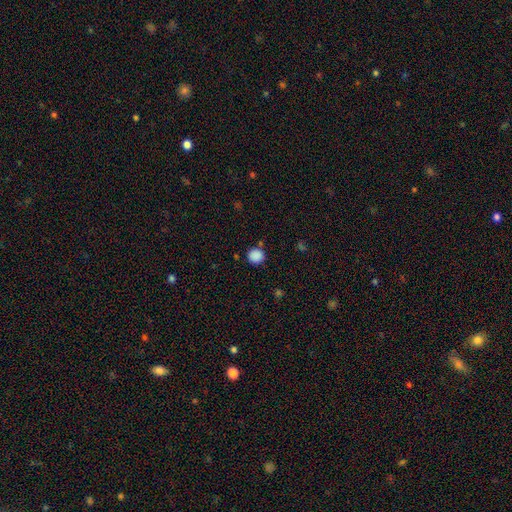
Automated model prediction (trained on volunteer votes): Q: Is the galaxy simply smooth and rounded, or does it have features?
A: smooth — 87%.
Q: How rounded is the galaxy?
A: round — 89%.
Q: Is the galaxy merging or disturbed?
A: none — 81%.